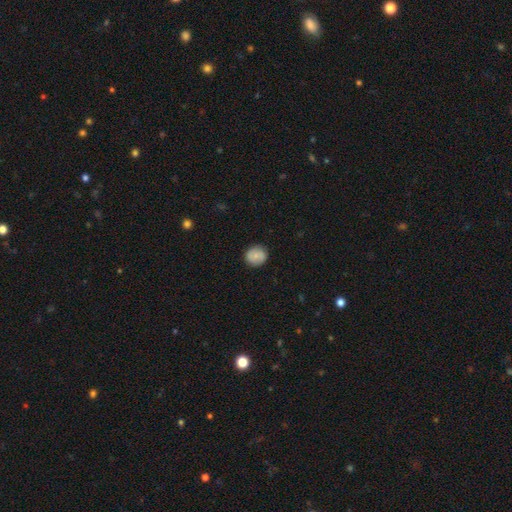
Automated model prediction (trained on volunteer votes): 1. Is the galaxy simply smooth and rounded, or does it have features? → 76% smooth, 17% featured or disk, 8% star or artifact.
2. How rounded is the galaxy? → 85% round, 14% in between, 1% cigar-shaped.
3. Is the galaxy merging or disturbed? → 86% none, 10% minor disturbance, 2% major disturbance, 1% merger.